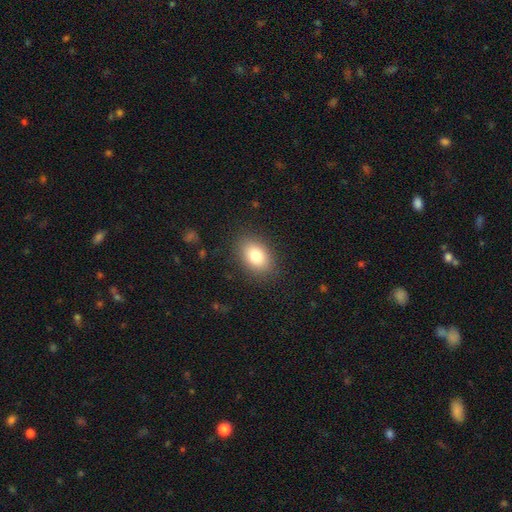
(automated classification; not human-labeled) Smooth or featured? smooth (81%)
How rounded? in between (81%)
Merging? none (86%)